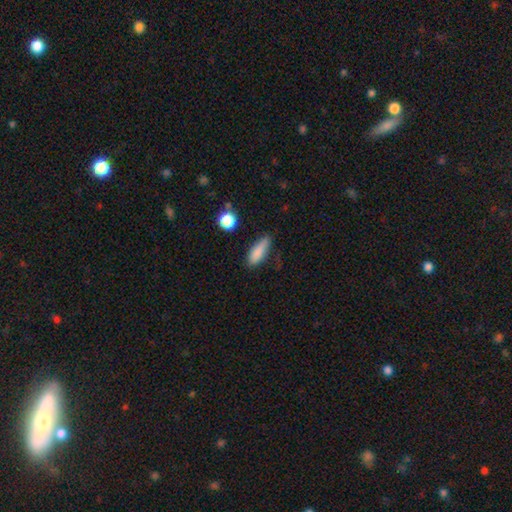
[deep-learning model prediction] smooth_or_featured: smooth (p=0.84) [alt: star or artifact p=0.08]
how_rounded: in between (p=0.56) [alt: cigar-shaped p=0.41]
merging: none (p=0.63) [alt: minor disturbance p=0.28]